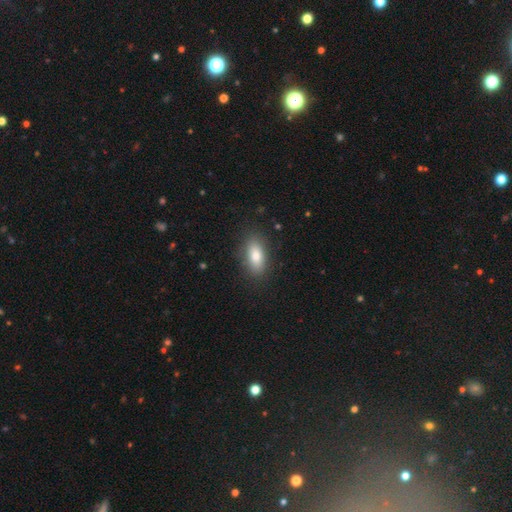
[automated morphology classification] This appears to be a smooth galaxy with no disk features (80%) that is in between round and cigar-shaped (86%). Merging: none (84%).